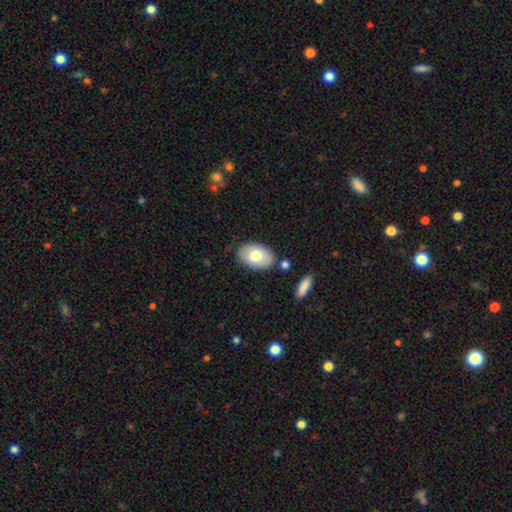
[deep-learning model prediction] Overall: smooth (72%). How rounded: in between (91%). Merging: none (80%).